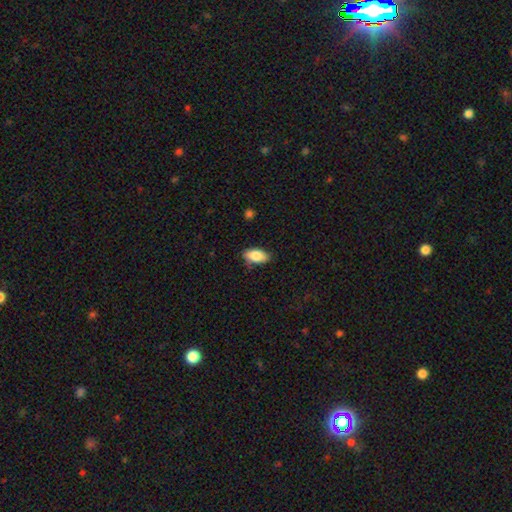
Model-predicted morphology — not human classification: A smooth galaxy with no disk features (84%) that is in between round and cigar-shaped (92%).

Vote fractions:
- Smooth or featured? smooth: 84% / featured or disk: 9% / star or artifact: 7%
- How rounded? in between: 92% / round: 4% / cigar-shaped: 3%
- Merging? none: 79% / minor disturbance: 17% / major disturbance: 3% / merger: 1%